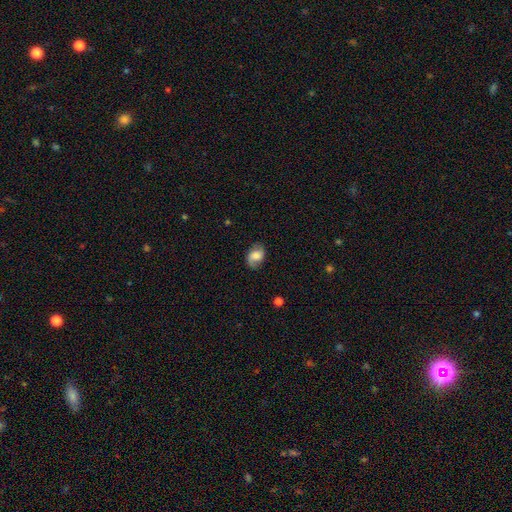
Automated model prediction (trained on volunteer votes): Smooth or featured? featured or disk (46%)
Merging? none (75%)